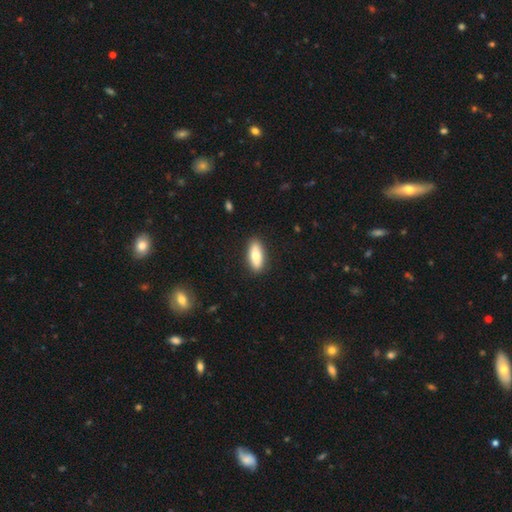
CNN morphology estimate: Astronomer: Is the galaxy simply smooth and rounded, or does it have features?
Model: smooth — 74%.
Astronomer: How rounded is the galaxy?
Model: in between — 69%.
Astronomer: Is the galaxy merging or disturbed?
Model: none — 89%.